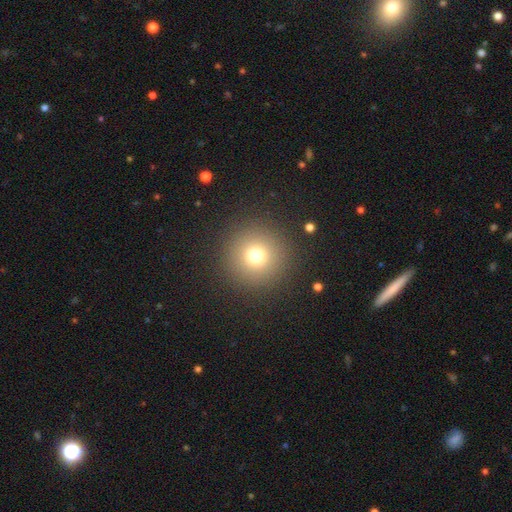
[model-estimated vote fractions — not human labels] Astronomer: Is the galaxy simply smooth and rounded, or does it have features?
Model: smooth — 74%.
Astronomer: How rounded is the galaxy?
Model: round — 96%.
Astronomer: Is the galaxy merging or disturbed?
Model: none — 91%.